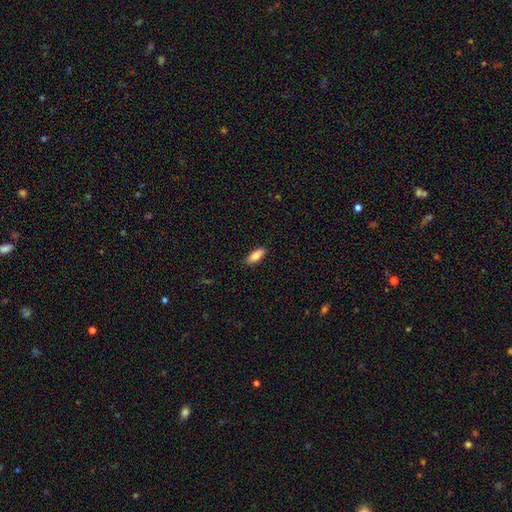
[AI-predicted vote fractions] smooth_or_featured: smooth (p=0.83) [alt: featured or disk p=0.10]
how_rounded: in between (p=0.75) [alt: cigar-shaped p=0.23]
merging: none (p=0.87) [alt: minor disturbance p=0.10]